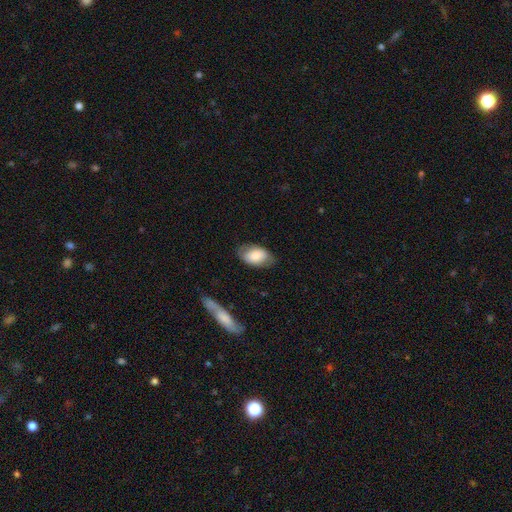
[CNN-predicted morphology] This appears to be a smooth galaxy with no disk features (73%) that is in between round and cigar-shaped (92%). Merging: none (75%).